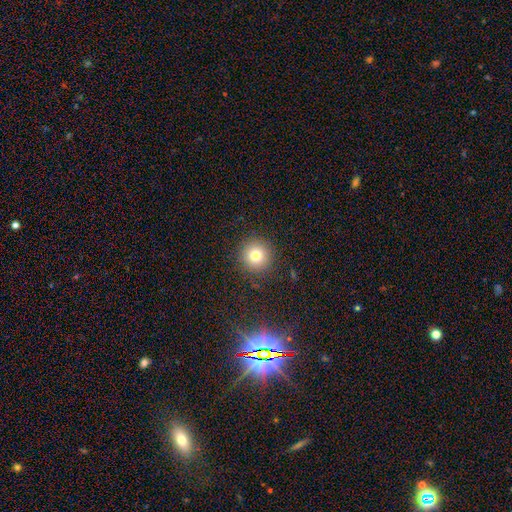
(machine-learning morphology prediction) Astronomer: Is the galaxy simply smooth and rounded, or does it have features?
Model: smooth — 77%.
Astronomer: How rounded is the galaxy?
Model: round — 95%.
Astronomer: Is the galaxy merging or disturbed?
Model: none — 90%.